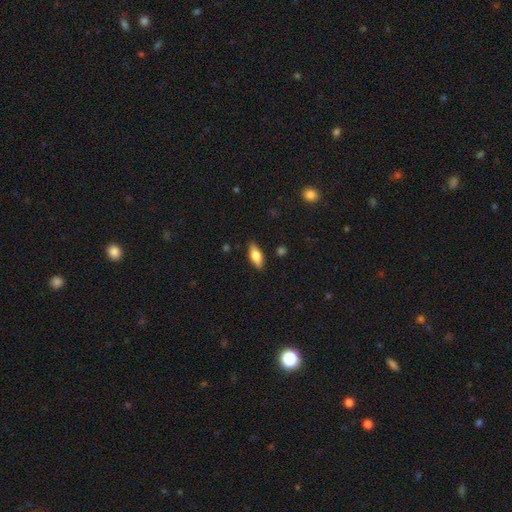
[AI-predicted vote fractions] Overall: smooth (73%). How rounded: in between (78%). Merging: none (86%).